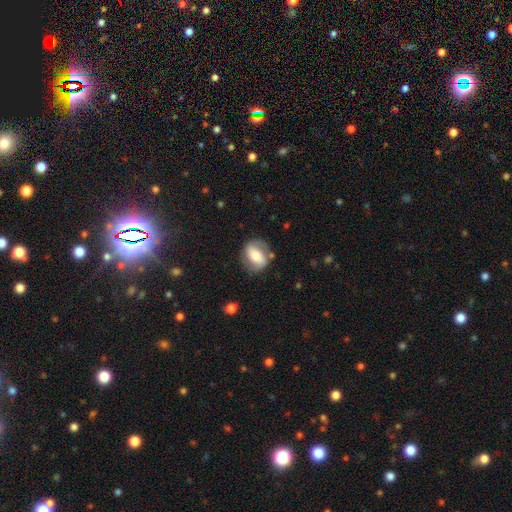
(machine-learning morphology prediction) The model was most divided on "smooth or featured": featured or disk: 49%, smooth: 44%, star or artifact: 7%. More confident: merging — none (73%).